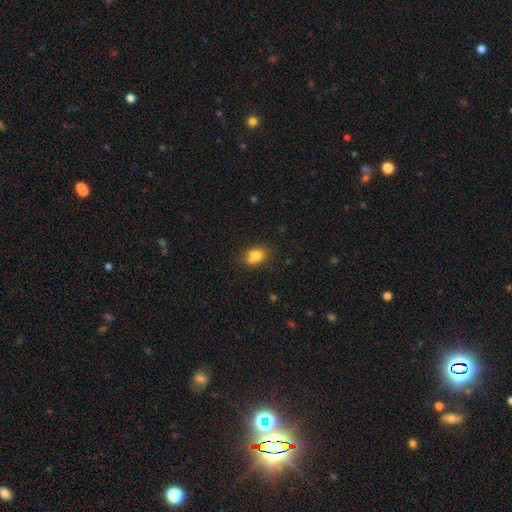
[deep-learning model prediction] smooth-or-featured: smooth: 74% | featured or disk: 15% | star or artifact: 11%
  how-rounded: in between: 53% | round: 46% | cigar-shaped: 1%
  merging: none: 49% | merger: 29% | minor disturbance: 17% | major disturbance: 5%